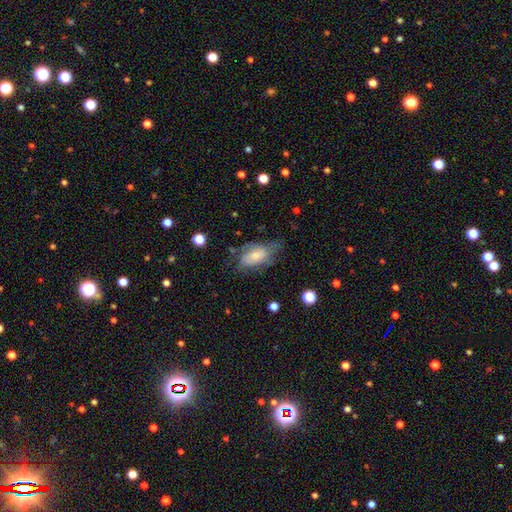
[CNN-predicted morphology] Smooth or featured?
  - smooth: 60% *
  - featured or disk: 32%
  - star or artifact: 8%
How rounded?
  - in between: 88% *
  - cigar-shaped: 8%
  - round: 4%
Merging?
  - none: 42% *
  - minor disturbance: 32%
  - major disturbance: 22%
  - merger: 3%